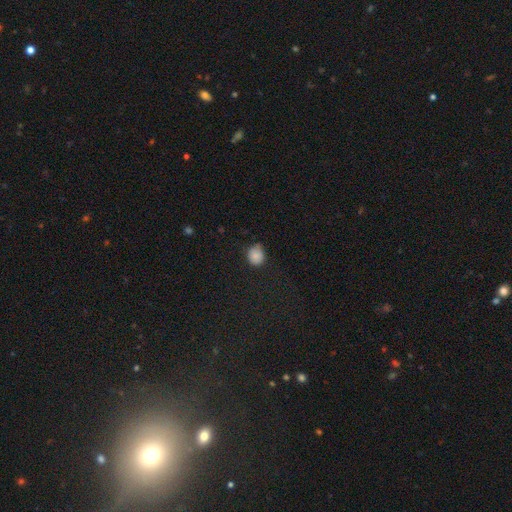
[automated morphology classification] Smooth or featured? smooth (82%)
How rounded? round (73%)
Merging? none (62%)